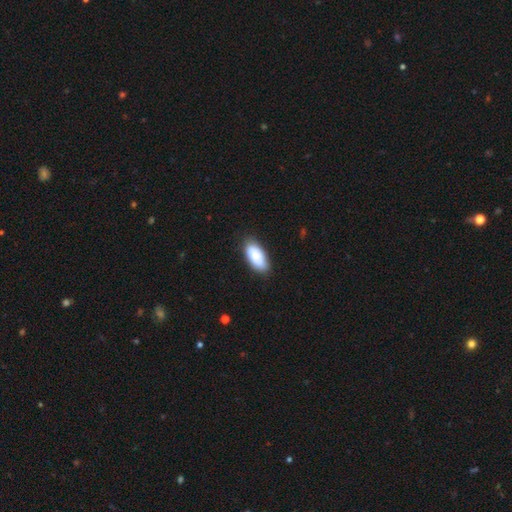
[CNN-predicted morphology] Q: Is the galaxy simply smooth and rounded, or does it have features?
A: smooth — 81%.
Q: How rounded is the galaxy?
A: in between — 91%.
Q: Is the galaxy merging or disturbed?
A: none — 80%.